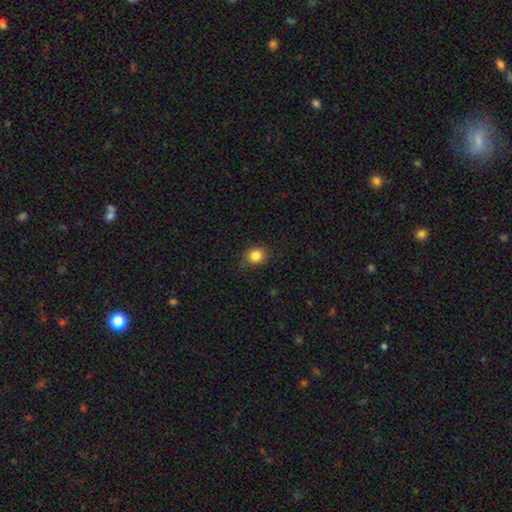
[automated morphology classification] Smooth or featured? smooth (85%)
How rounded? round (78%)
Merging? none (83%)